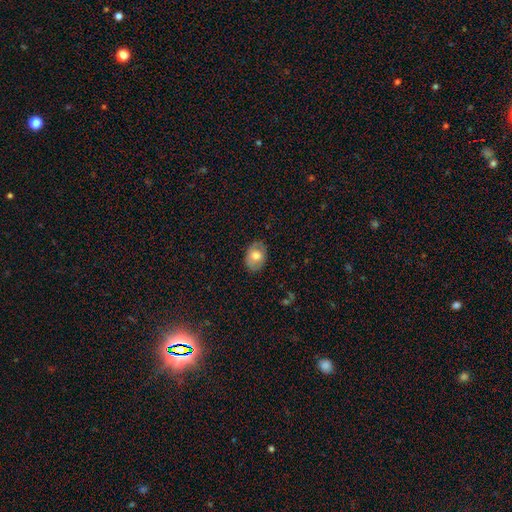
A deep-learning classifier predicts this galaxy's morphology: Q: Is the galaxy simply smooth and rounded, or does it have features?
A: smooth — 66%.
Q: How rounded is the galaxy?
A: in between — 80%.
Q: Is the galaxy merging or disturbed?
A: none — 81%.